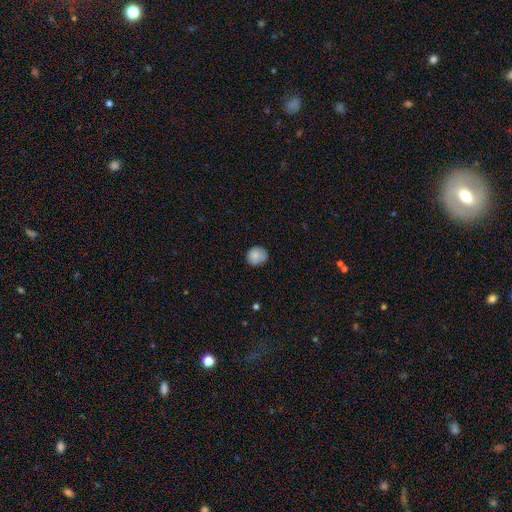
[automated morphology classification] A smooth galaxy with no disk features (84%) that is round (82%). Merging: none (77%).